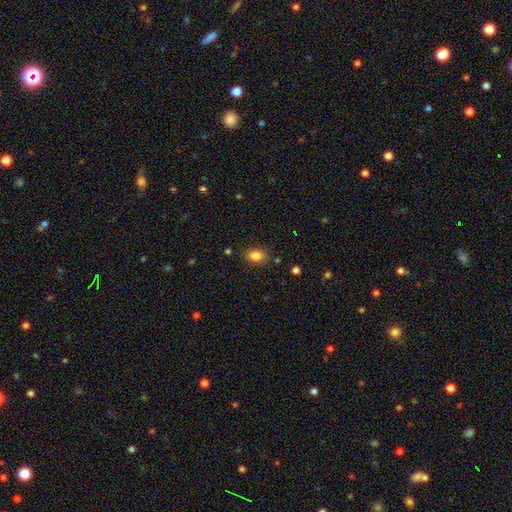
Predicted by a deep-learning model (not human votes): Smooth or featured?
  - smooth: 84% *
  - star or artifact: 10%
  - featured or disk: 6%
How rounded?
  - in between: 78% *
  - round: 21%
  - cigar-shaped: 1%
Merging?
  - none: 84% *
  - minor disturbance: 11%
  - major disturbance: 3%
  - merger: 2%